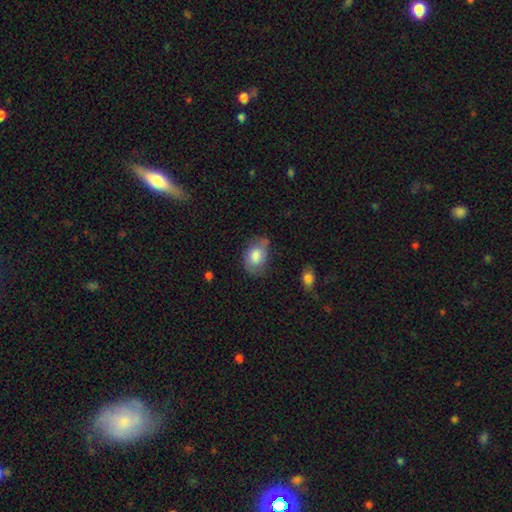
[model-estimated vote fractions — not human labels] Morphology: type=smooth (75%); roundness=in between (84%); merging=none (54%).